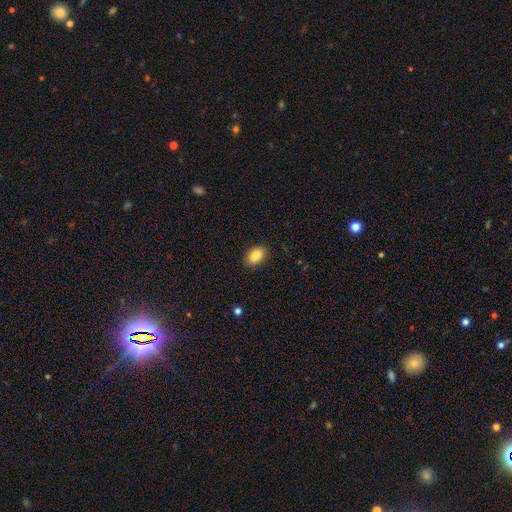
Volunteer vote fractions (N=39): Smooth or featured? 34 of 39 (87%) said smooth. How rounded? 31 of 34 (91%) said in between. Merging? 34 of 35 (97%) said none.